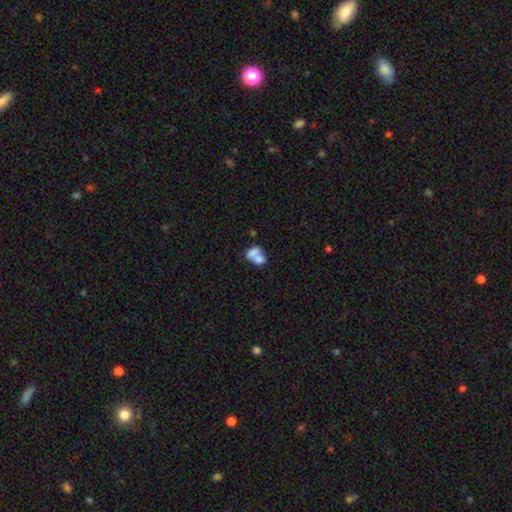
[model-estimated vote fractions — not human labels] A smooth galaxy with no disk features (70%) that is in between round and cigar-shaped (69%).

Vote fractions:
- Smooth or featured? smooth: 70% / featured or disk: 21% / star or artifact: 9%
- How rounded? in between: 69% / round: 29% / cigar-shaped: 2%
- Merging? merger: 70% / none: 17% / minor disturbance: 7% / major disturbance: 6%